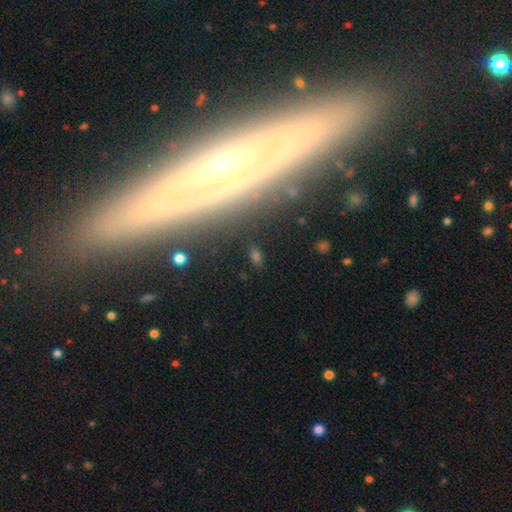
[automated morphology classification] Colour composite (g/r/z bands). It shows a featured or disk galaxy (38%, tied with smooth). Merging: none (81%).